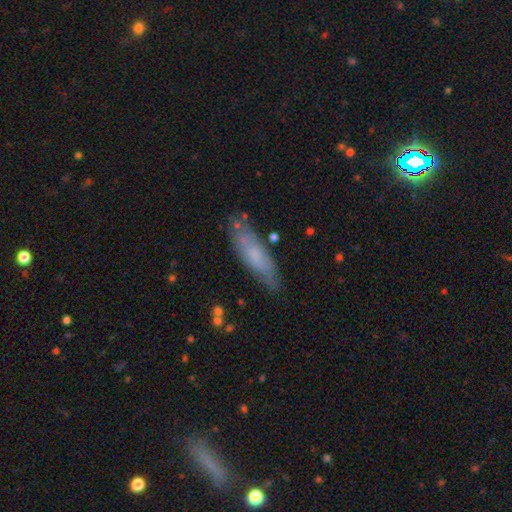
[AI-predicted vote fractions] This appears to be a smooth galaxy with no disk features (62%) that is cigar-shaped (60%). Merging: none (73%).